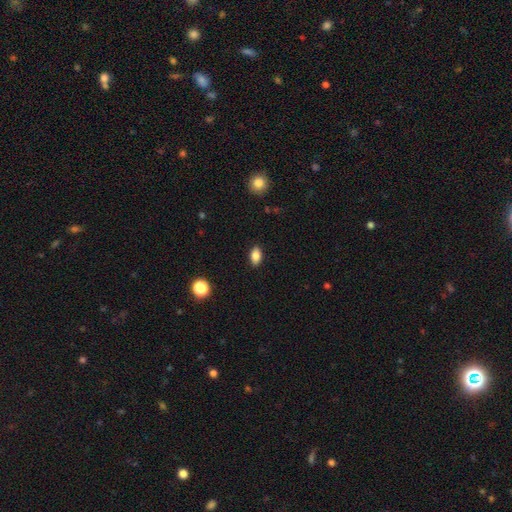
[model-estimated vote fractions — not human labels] Morphology: type=smooth (84%); roundness=in between (89%); merging=none (89%).